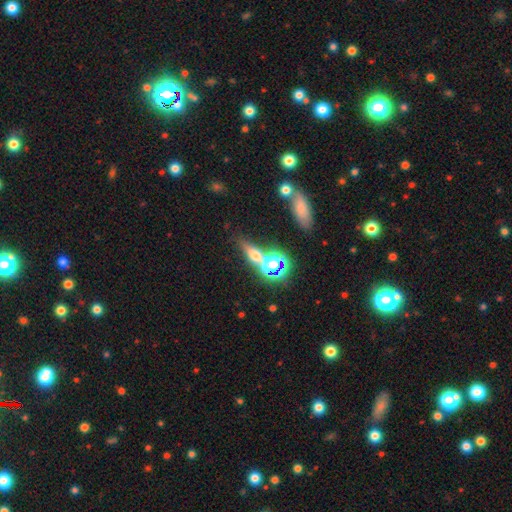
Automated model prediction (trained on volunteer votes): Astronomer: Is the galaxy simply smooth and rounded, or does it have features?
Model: smooth — 47% (runner-up: star or artifact, 35%).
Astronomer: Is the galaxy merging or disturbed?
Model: none — 58%.